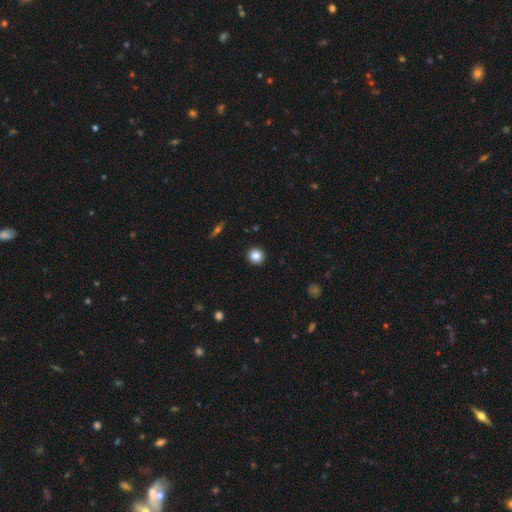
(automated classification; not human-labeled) Smooth or featured?
  - smooth: 84% *
  - star or artifact: 10%
  - featured or disk: 6%
How rounded?
  - round: 94% *
  - in between: 5%
  - cigar-shaped: 1%
Merging?
  - none: 93% *
  - minor disturbance: 4%
  - major disturbance: 1%
  - merger: 1%